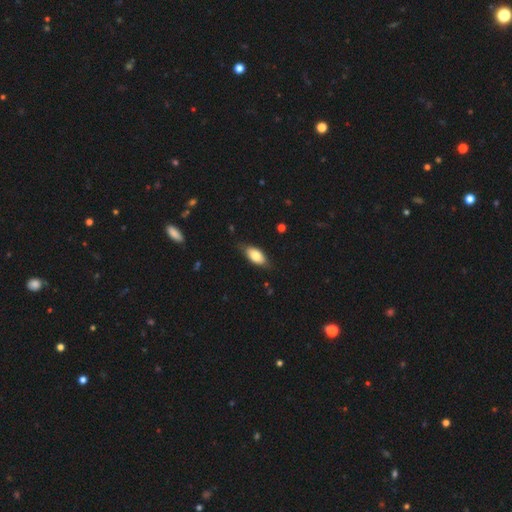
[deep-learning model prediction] Overall: smooth (79%). How rounded: in between (89%). Merging: none (75%).